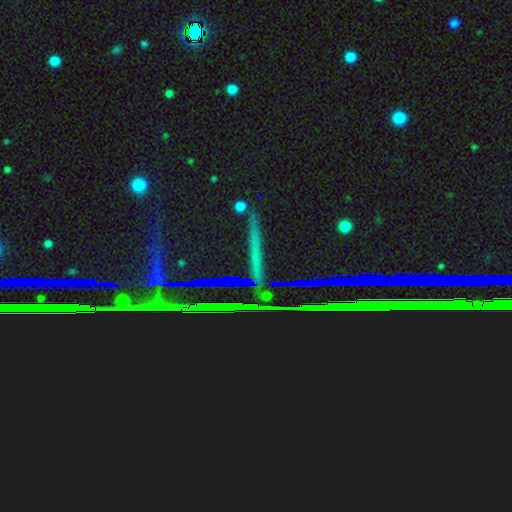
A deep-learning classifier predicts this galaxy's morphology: A star or artifact, not a galaxy (77%).